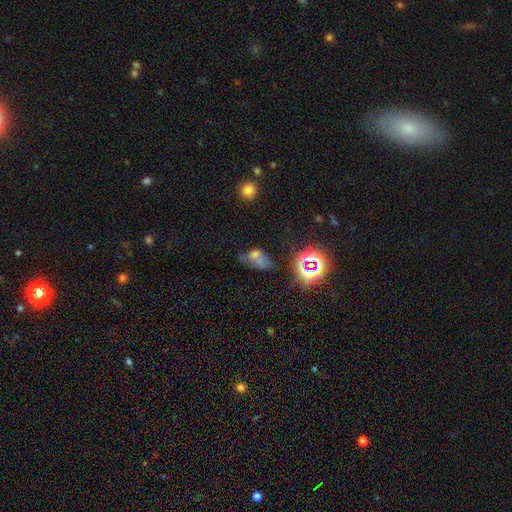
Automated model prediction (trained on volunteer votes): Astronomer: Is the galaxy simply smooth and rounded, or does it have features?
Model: smooth — 42% (runner-up: star or artifact, 39%).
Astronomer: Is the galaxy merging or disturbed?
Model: none — 43% (runner-up: minor disturbance, 24%).